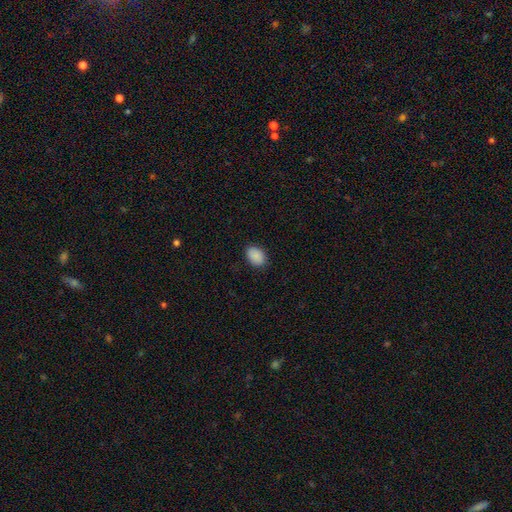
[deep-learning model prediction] A smooth galaxy with no disk features (90%) that is in between round and cigar-shaped (79%). Merging: none (87%).